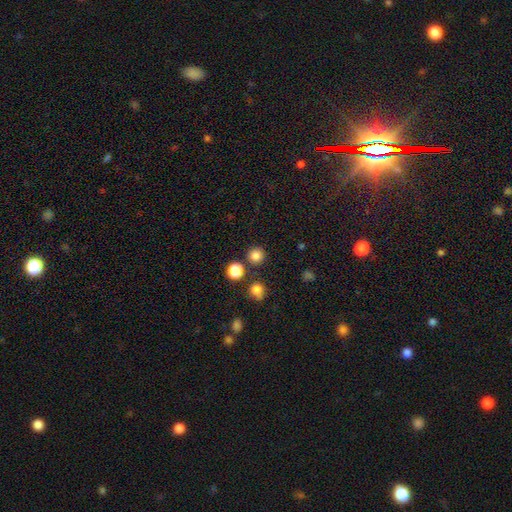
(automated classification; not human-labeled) This appears to be a smooth galaxy with no disk features (82%) that is round (94%). Merging: none (86%).